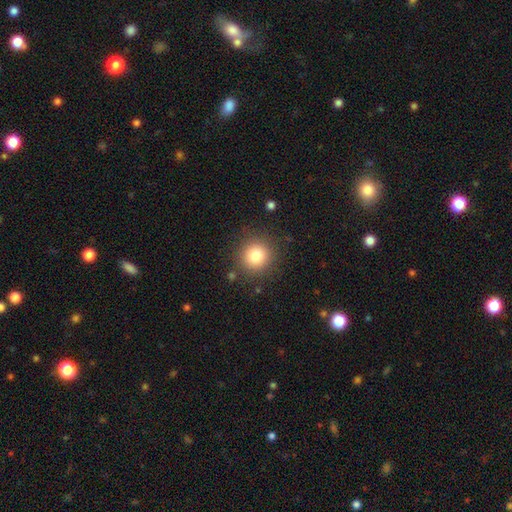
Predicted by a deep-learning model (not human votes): The model was most divided on "smooth or featured": smooth: 81%, star or artifact: 11%, featured or disk: 8%. More confident: how rounded — round (93%); merging — none (87%).